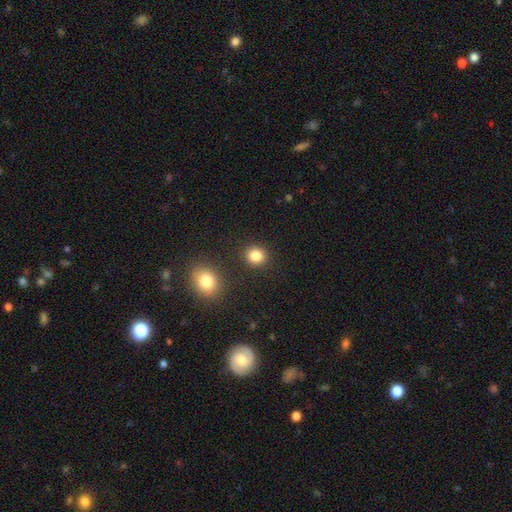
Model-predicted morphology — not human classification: Overall: smooth (84%). How rounded: round (80%). Merging: none (86%).